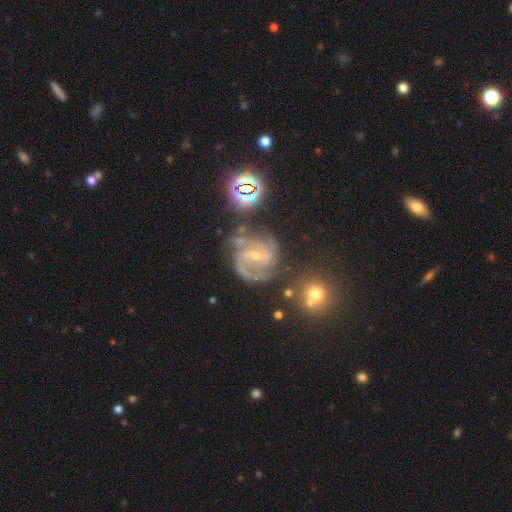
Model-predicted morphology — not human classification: Smooth or featured: featured or disk — 87% (star or artifact — 8%)
Edge-on disk: no — 98% (yes — 2%)
Bar: weak — 47% (no — 33%)
Spiral arms: yes — 98% (no — 2%)
Spiral winding: medium — 47% (tight — 44%)
Spiral arm count: 2 — 46% (3 — 29%)
Bulge size: small — 68% (moderate — 28%)
Merging: none — 56% (minor disturbance — 23%)